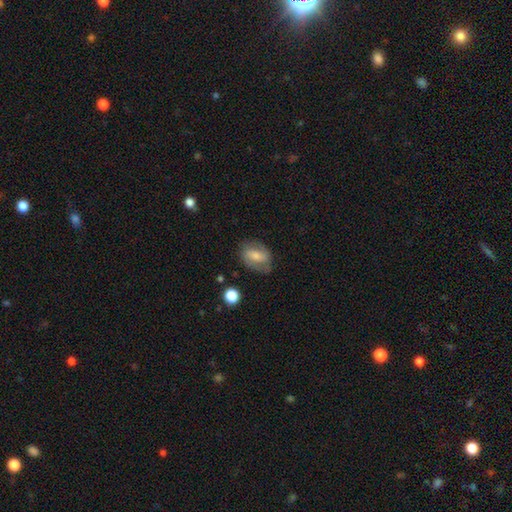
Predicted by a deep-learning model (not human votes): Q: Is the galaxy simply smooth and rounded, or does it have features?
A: smooth — 51%.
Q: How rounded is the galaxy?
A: in between — 76%.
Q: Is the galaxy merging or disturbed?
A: none — 68%.